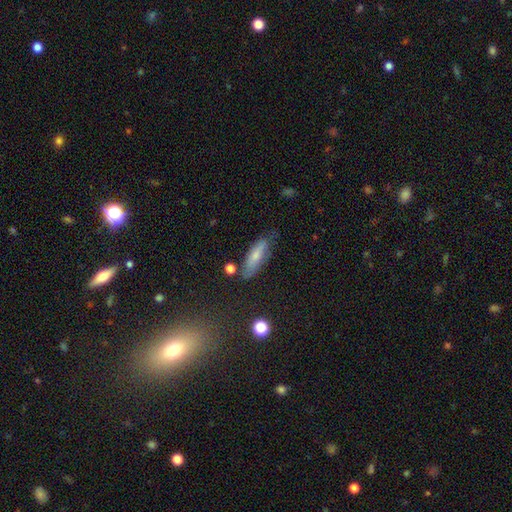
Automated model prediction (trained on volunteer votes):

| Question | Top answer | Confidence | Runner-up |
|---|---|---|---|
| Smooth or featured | smooth | 65% | featured or disk (27%) |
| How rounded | cigar-shaped | 55% | in between (43%) |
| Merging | none | 68% | minor disturbance (22%) |